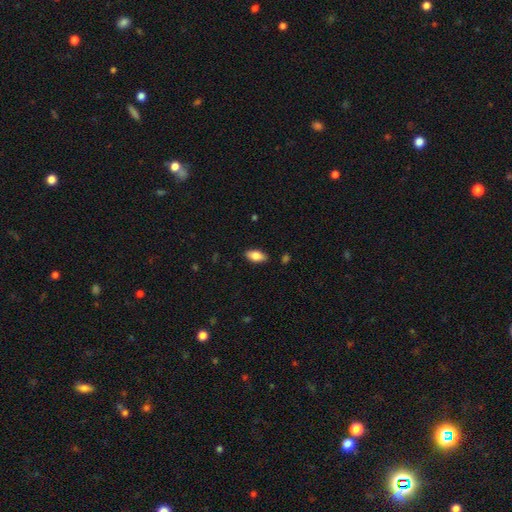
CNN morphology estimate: This is clearly a smooth galaxy (80%). How rounded: clearly in between (90%). Merging: clearly none (87%).